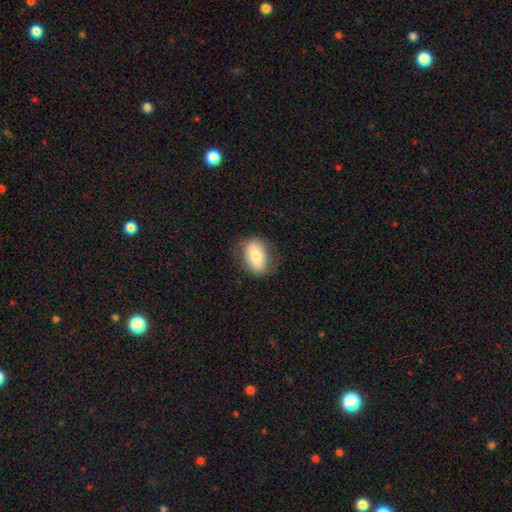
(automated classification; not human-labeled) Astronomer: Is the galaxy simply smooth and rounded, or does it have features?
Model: smooth — 74%.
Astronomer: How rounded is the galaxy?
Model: in between — 81%.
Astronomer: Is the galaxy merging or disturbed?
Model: none — 76%.